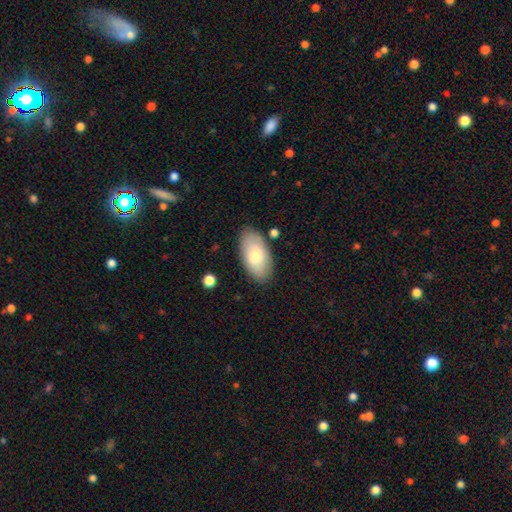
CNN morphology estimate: type=smooth (76%); roundness=in between (95%); merging=none (83%).